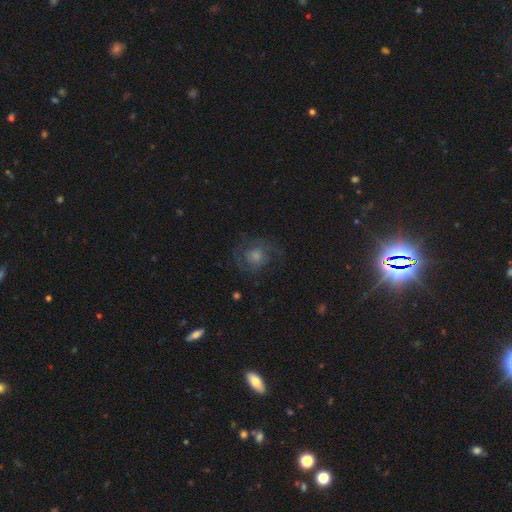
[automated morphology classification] type=featured or disk (56%); edge-on=no (97%); bar=no (75%); spiral arms=yes (87%); bulge=moderate (49%); merging=none (72%).